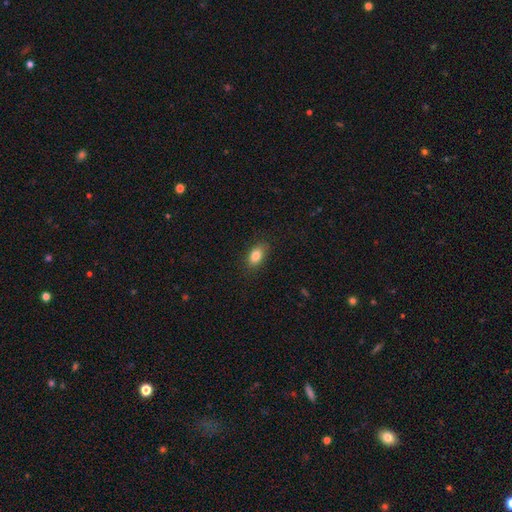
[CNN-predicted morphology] smooth_or_featured: smooth (p=0.84) [alt: star or artifact p=0.08]
how_rounded: in between (p=0.87) [alt: round p=0.09]
merging: none (p=0.86) [alt: minor disturbance p=0.11]